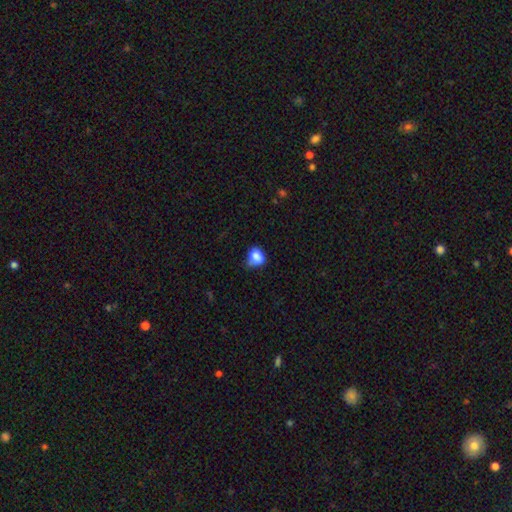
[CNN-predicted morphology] Q: Smooth or featured?
A: smooth (84%); runner-up: star or artifact (10%)
Q: How rounded?
A: in between (55%); runner-up: round (43%)
Q: Merging?
A: none (46%); runner-up: minor disturbance (39%)